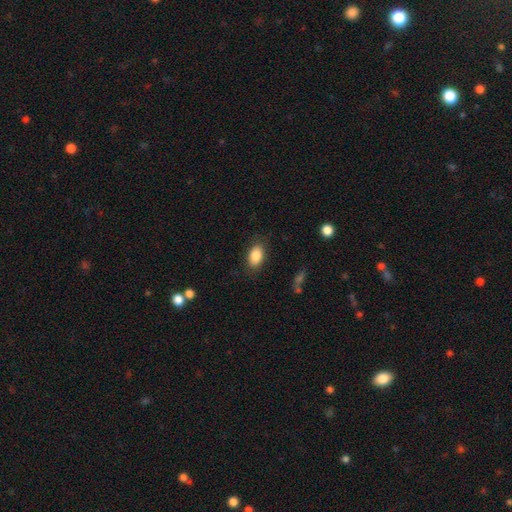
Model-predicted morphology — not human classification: type=smooth (86%); roundness=in between (88%); merging=none (83%).